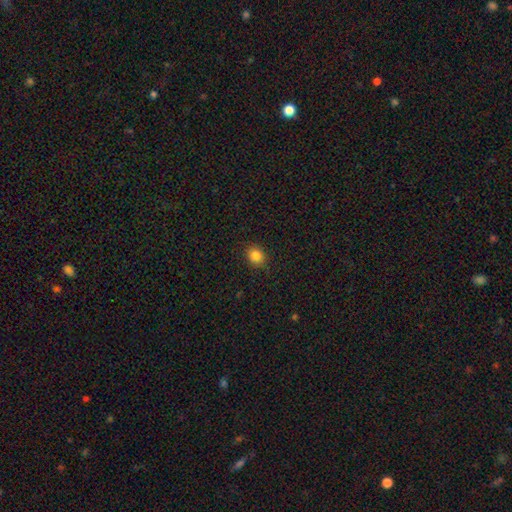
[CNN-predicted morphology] smooth-or-featured: smooth: 85% | star or artifact: 11% | featured or disk: 4%
  how-rounded: round: 73% | in between: 26% | cigar-shaped: 1%
  merging: none: 89% | minor disturbance: 8% | major disturbance: 2% | merger: 1%